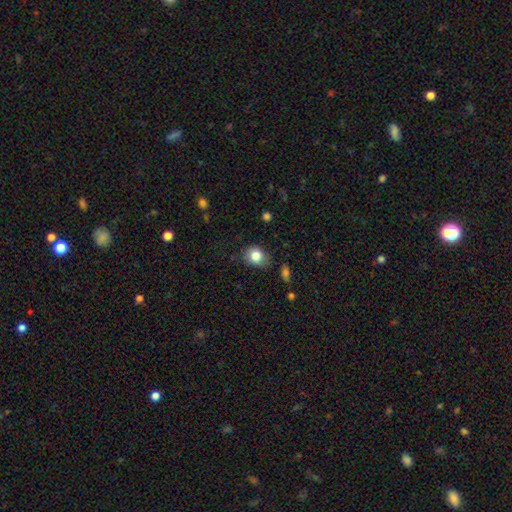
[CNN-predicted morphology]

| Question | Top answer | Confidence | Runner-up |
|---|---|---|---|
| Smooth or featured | smooth | 82% | star or artifact (9%) |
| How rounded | round | 58% | in between (41%) |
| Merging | none | 75% | minor disturbance (19%) |